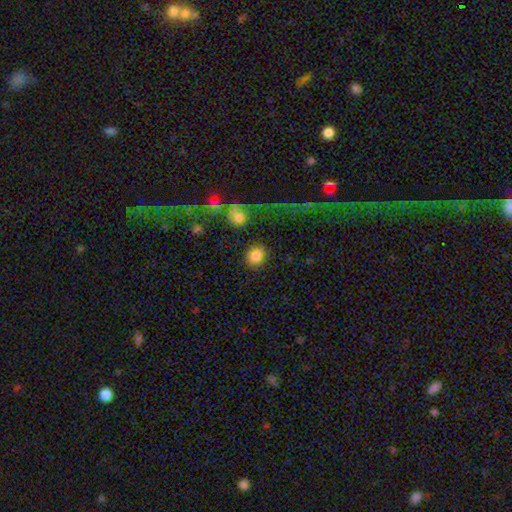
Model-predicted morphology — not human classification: smooth 82%, star or artifact 10%, featured or disk 8%. Down the decision tree: how rounded — round (78%); merging — none (79%).